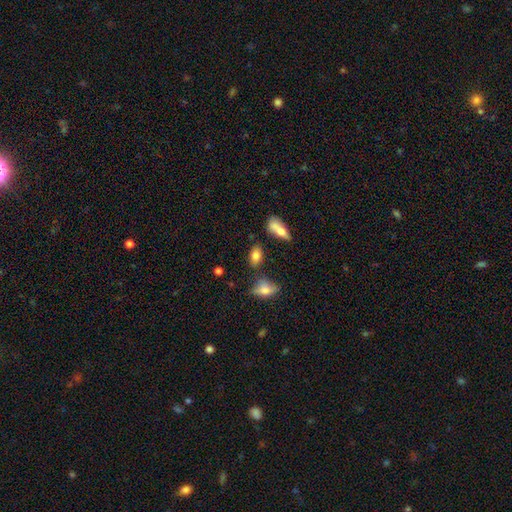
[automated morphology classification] Smooth or featured?
  - smooth: 80% *
  - featured or disk: 11%
  - star or artifact: 10%
How rounded?
  - in between: 87% *
  - round: 9%
  - cigar-shaped: 4%
Merging?
  - none: 69% *
  - minor disturbance: 17%
  - merger: 9%
  - major disturbance: 5%